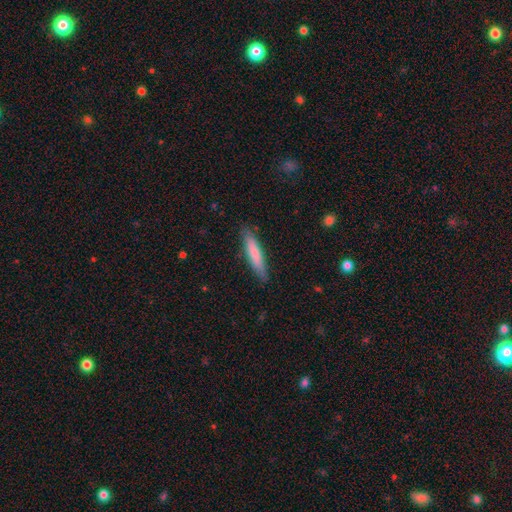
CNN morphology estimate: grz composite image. It shows a smooth galaxy with no disk features (76%) that is cigar-shaped (87%). Merging: none (86%).